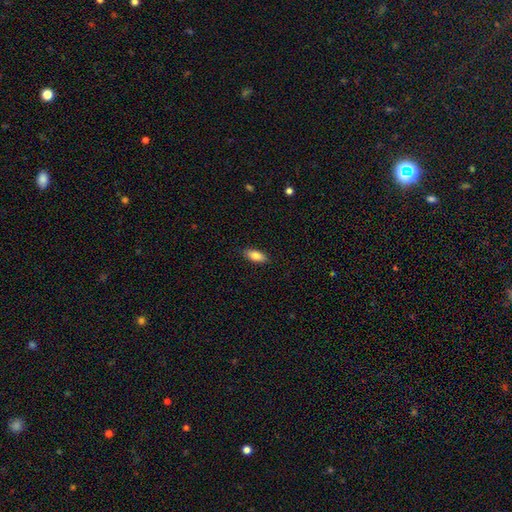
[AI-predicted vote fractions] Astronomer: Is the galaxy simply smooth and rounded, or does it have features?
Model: smooth — 82%.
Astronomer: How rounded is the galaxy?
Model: in between — 83%.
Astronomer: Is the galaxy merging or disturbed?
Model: none — 88%.